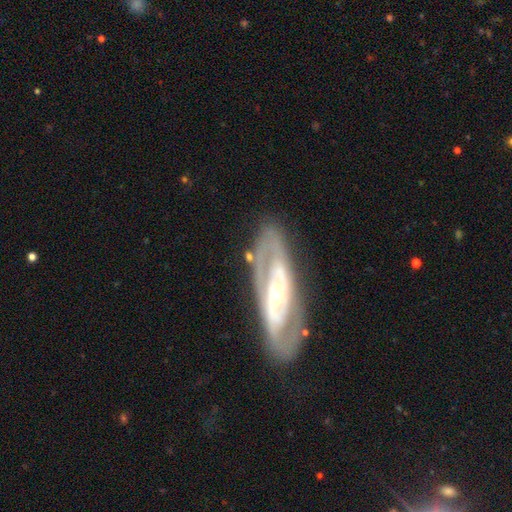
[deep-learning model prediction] Overall: featured or disk (81%). Edge-on disk: no (84%). Bar: no (52%; weak 25%). Spiral arms: yes (64%; no 36%). Bulge size: small (50%; moderate 44%). Merging: none (79%).